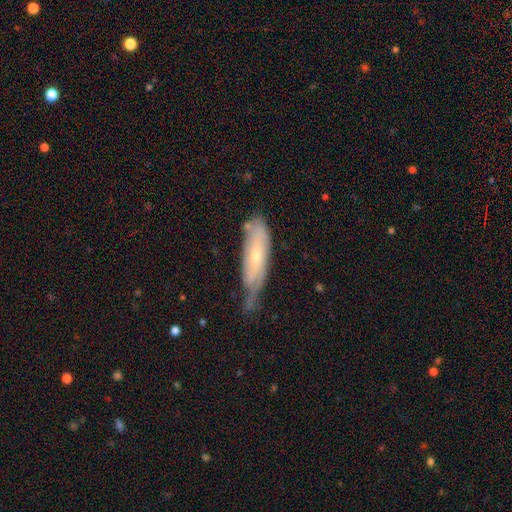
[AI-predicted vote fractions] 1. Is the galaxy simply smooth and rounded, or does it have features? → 60% featured or disk, 33% smooth, 7% star or artifact.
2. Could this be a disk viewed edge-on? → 70% no, 30% yes.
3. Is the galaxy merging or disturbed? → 44% none, 38% minor disturbance, 15% major disturbance, 3% merger.